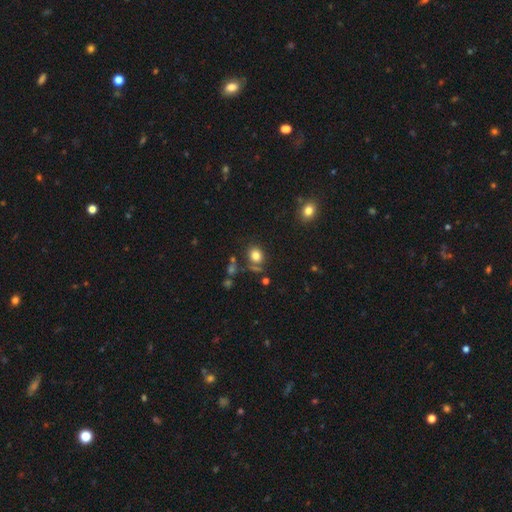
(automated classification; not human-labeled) This is clearly a smooth galaxy (80%). How rounded: possibly round (60%). Merging: likely none (72%).